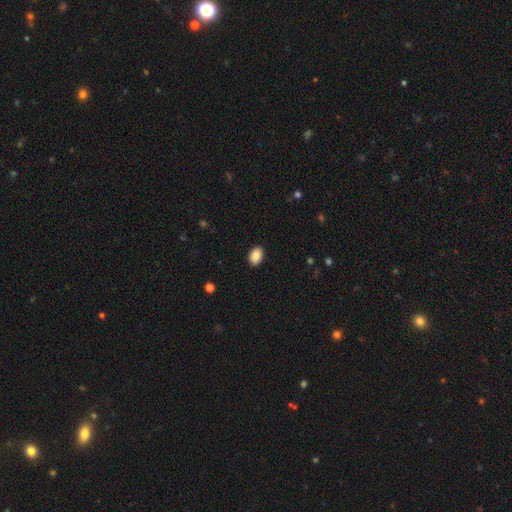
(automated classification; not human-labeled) Smooth or featured? Predicted: smooth (p=0.89). How rounded? Predicted: in between (p=0.87). Merging? Predicted: none (p=0.89).